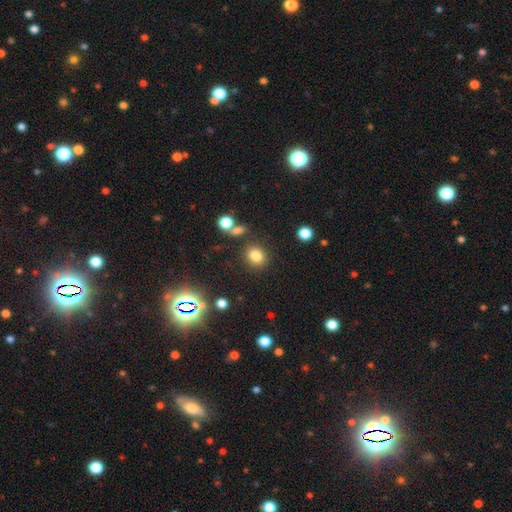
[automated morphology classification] This is clearly a smooth galaxy (81%). How rounded: likely round (71%). Merging: clearly none (81%).